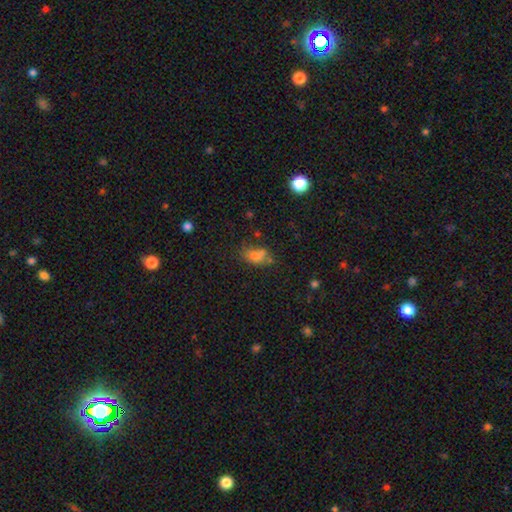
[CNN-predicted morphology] type=smooth (70%); roundness=in between (78%); merging=none (49%).